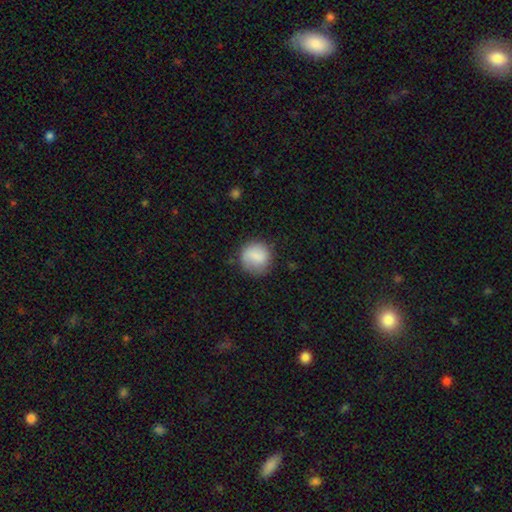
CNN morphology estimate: This is clearly a smooth galaxy (82%). How rounded: clearly round (90%). Merging: likely none (73%).